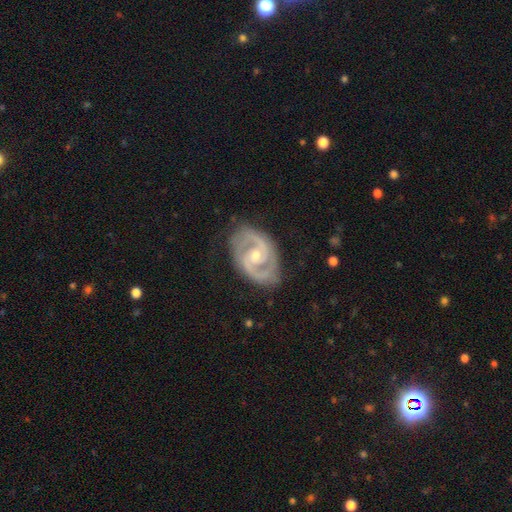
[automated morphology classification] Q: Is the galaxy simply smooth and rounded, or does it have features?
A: featured or disk — 92%.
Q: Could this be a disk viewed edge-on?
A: no — 98%.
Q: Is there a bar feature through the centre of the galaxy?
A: no — 49%.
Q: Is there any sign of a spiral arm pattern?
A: yes — 98%.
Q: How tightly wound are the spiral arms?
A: medium — 50%.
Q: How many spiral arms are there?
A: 2 — 92%.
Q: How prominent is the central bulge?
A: small — 51%.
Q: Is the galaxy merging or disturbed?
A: none — 81%.